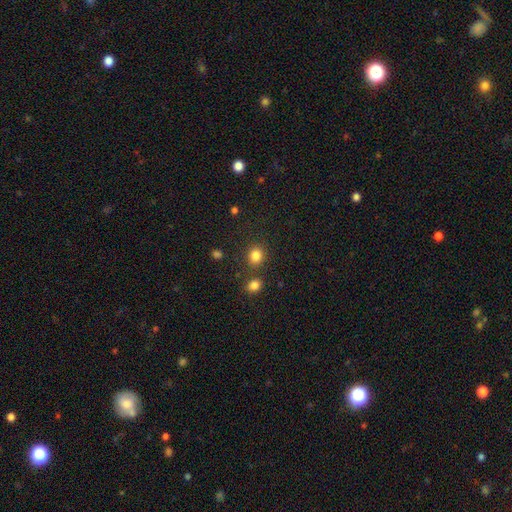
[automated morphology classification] smooth 84%, star or artifact 12%, featured or disk 4%. Down the decision tree: how rounded — round (72%); merging — none (80%).